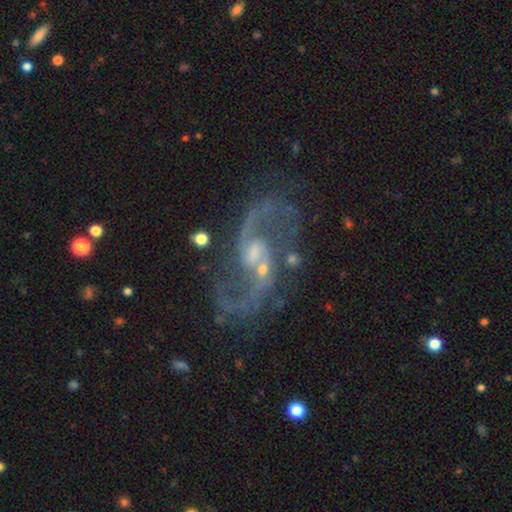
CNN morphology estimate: type=featured or disk (91%); edge-on=no (98%); bar=weak (52%); spiral arms=yes (97%); winding=loose (54%); arm count=2 (93%); bulge=small (59%); merging=none (68%).